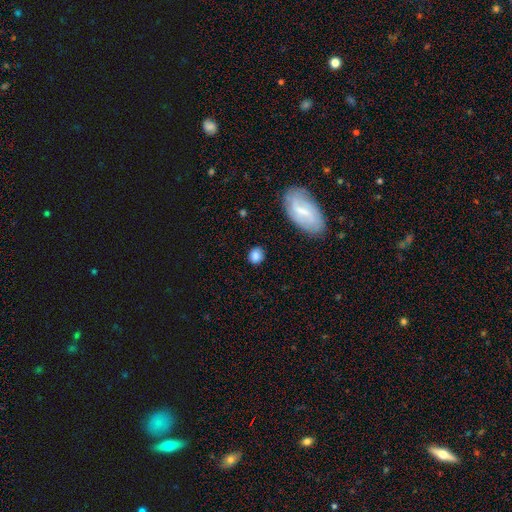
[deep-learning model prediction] Q: Smooth or featured?
A: smooth (81%); runner-up: featured or disk (10%)
Q: How rounded?
A: round (70%); runner-up: in between (28%)
Q: Merging?
A: none (81%); runner-up: minor disturbance (13%)